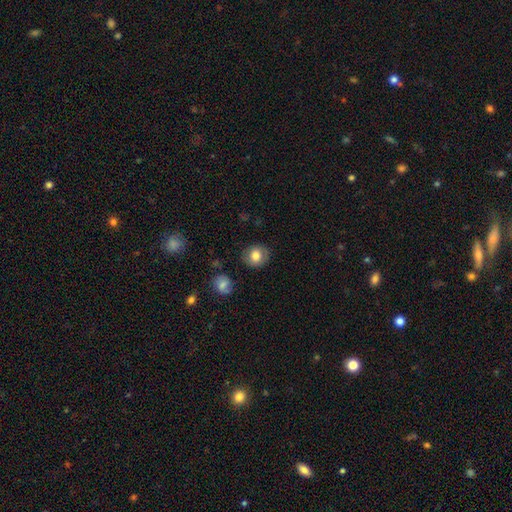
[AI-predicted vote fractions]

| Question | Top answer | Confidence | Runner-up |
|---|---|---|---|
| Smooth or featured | smooth | 78% | featured or disk (13%) |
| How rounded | round | 81% | in between (18%) |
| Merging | none | 85% | minor disturbance (11%) |